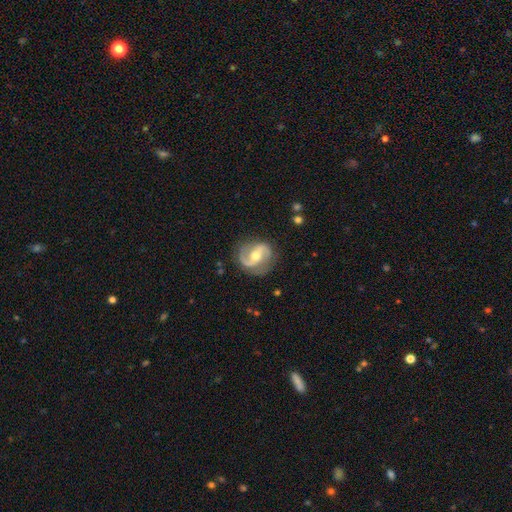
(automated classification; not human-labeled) featured or disk 87%, smooth 8%, star or artifact 5%. Down the decision tree: edge-on disk — no (98%); bar — weak (43%); spiral arms — yes (96%); spiral arm count — 2 (89%); spiral winding — medium (51%); bulge size — moderate (68%); merging — none (79%).